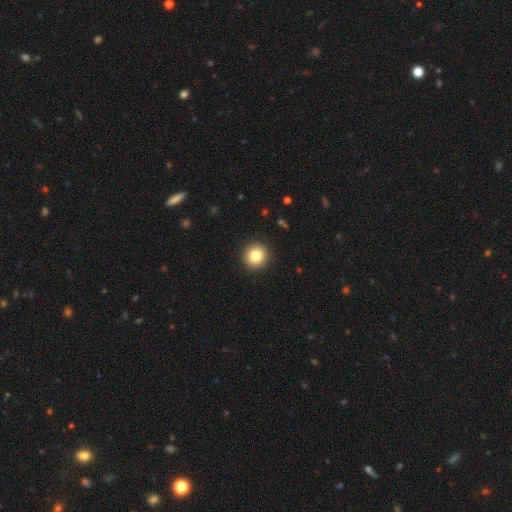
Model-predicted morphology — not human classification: A smooth galaxy with no disk features (82%) that is round (95%).

Vote fractions:
- Smooth or featured? smooth: 82% / star or artifact: 10% / featured or disk: 8%
- How rounded? round: 95% / in between: 4% / cigar-shaped: 1%
- Merging? none: 92% / minor disturbance: 5% / major disturbance: 2% / merger: 1%